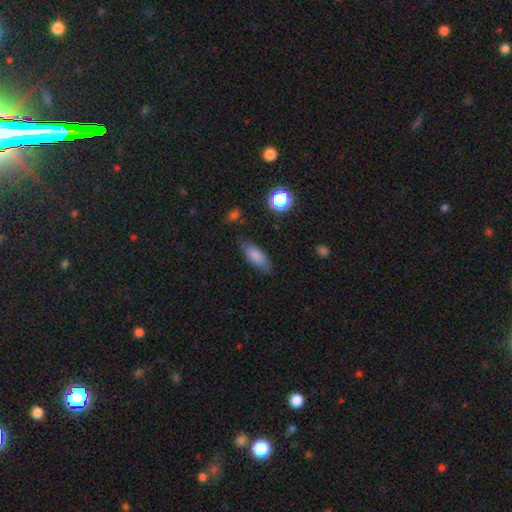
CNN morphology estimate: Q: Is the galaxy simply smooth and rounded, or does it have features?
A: smooth — 83%.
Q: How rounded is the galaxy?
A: in between — 75%.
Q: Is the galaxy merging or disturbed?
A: none — 78%.